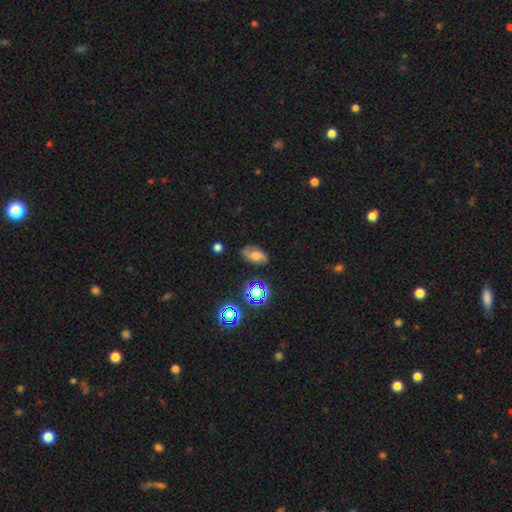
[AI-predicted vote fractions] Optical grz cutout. It shows a featured or disk galaxy (45%). Merging: none (70%).